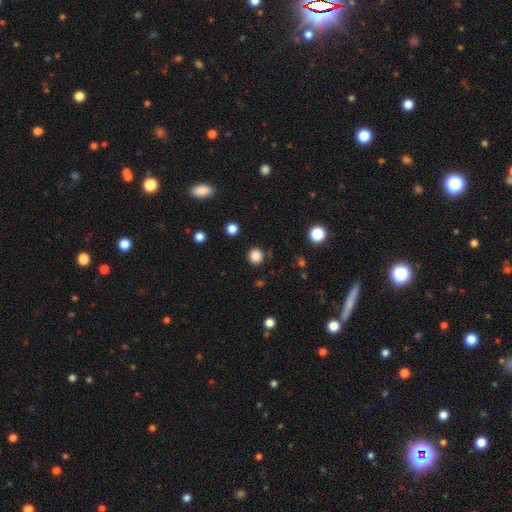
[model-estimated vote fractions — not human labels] smooth 85%, star or artifact 12%, featured or disk 3%. Down the decision tree: how rounded — round (92%); merging — none (90%).